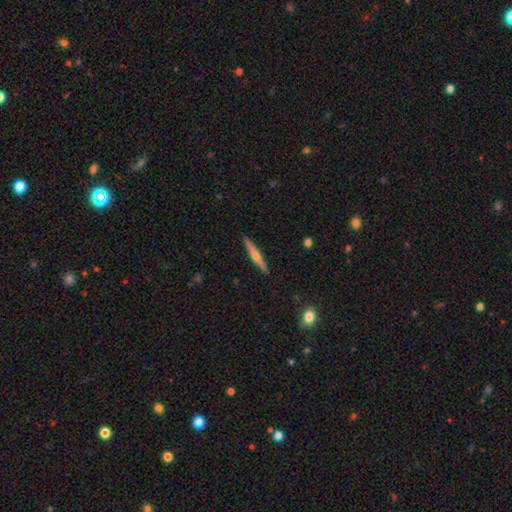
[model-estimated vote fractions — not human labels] A featured or disk galaxy (59%) viewed edge-on (98%) with a rounded central bulge (78%).

Vote fractions:
- Smooth or featured? featured or disk: 59% / smooth: 35% / star or artifact: 6%
- Edge-on disk? yes: 98% / no: 2%
- Edge-on bulge? rounded: 78% / none: 12% / boxy: 10%
- Merging? none: 91% / minor disturbance: 6% / major disturbance: 1% / merger: 1%